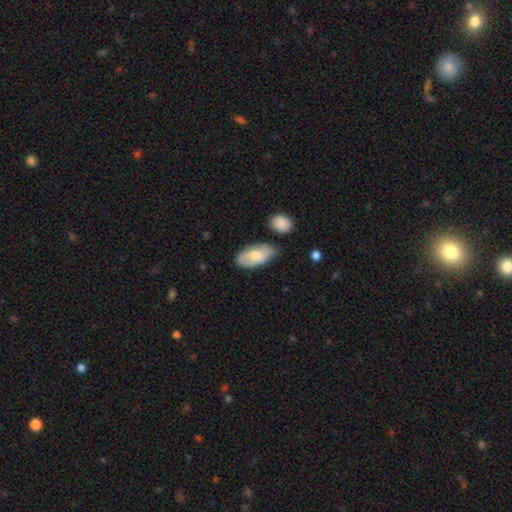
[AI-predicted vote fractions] A smooth galaxy with no disk features (67%) that is in between round and cigar-shaped (94%). Merging: none (73%).